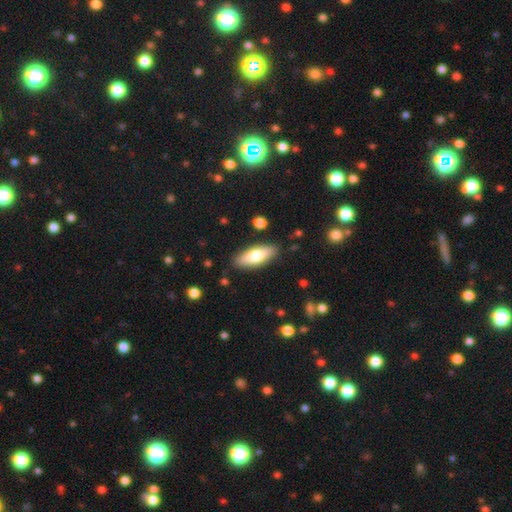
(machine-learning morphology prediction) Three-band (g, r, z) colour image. It shows a smooth galaxy with no disk features (70%) that is in between round and cigar-shaped (68%). Merging: none (87%).